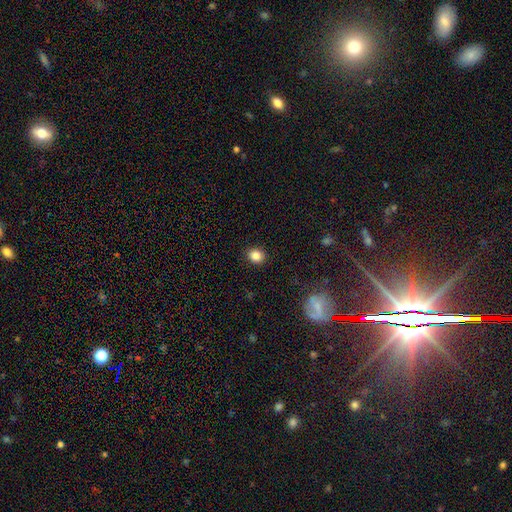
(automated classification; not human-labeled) Overall: smooth (85%). How rounded: round (68%; in between 31%). Merging: none (90%).